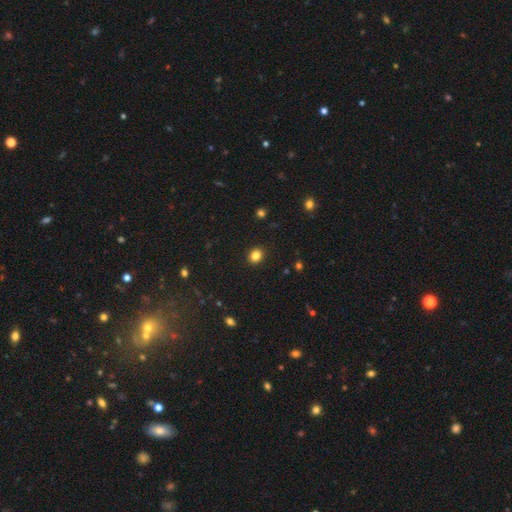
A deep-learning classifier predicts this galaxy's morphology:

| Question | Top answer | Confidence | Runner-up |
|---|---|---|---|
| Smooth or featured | smooth | 84% | star or artifact (12%) |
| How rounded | round | 69% | in between (30%) |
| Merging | none | 91% | minor disturbance (6%) |